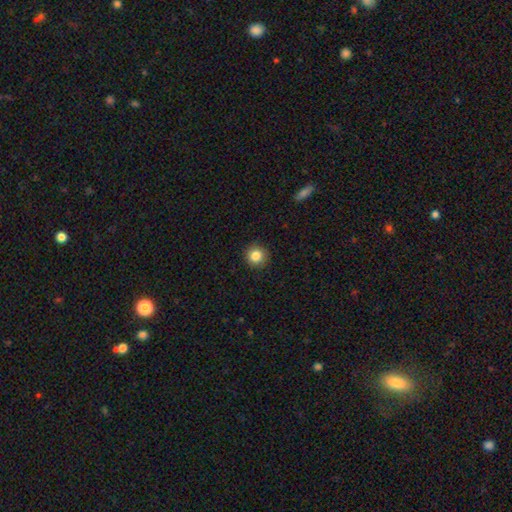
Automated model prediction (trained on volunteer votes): Morphology: type=smooth (85%); roundness=round (94%); merging=none (92%).